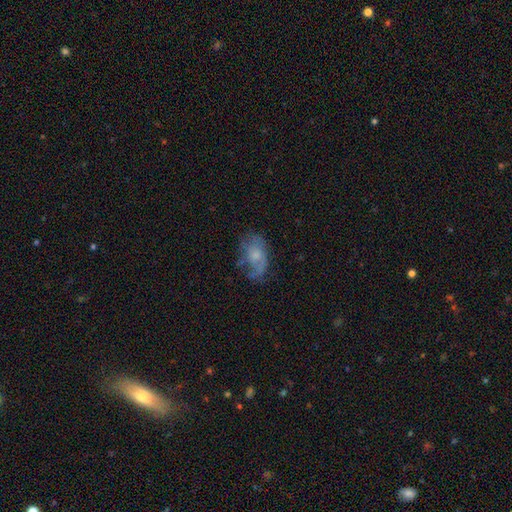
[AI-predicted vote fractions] Smooth or featured?
  - featured or disk: 48% *
  - smooth: 43%
  - star or artifact: 9%
Merging?
  - none: 45% *
  - minor disturbance: 28%
  - major disturbance: 24%
  - merger: 3%